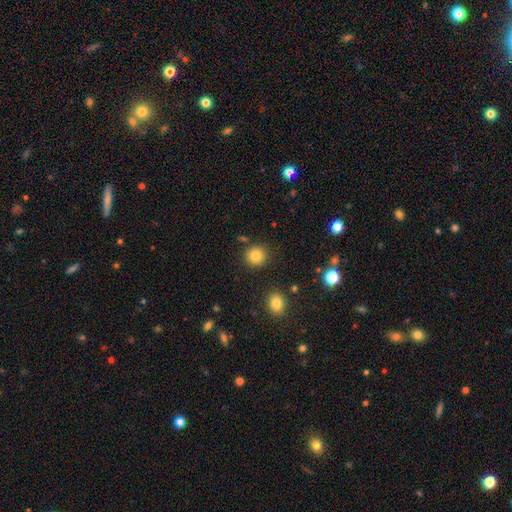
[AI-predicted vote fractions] smooth 84%, star or artifact 11%, featured or disk 5%. Down the decision tree: how rounded — round (91%); merging — none (87%).